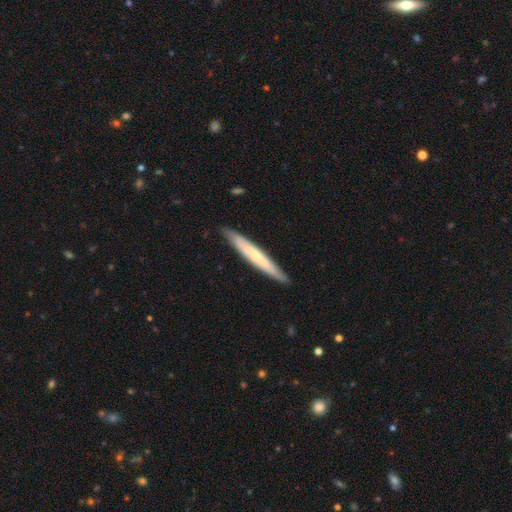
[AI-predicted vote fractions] smooth_or_featured: smooth (p=0.50) [alt: featured or disk p=0.45]
merging: none (p=0.89) [alt: minor disturbance p=0.09]